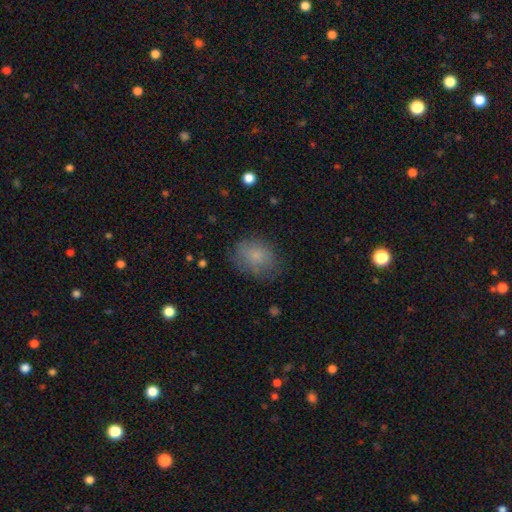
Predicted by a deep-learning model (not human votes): smooth-or-featured: smooth: 78% | featured or disk: 13% | star or artifact: 9%
  how-rounded: in between: 57% | round: 42% | cigar-shaped: 1%
  merging: none: 69% | minor disturbance: 22% | major disturbance: 8% | merger: 1%